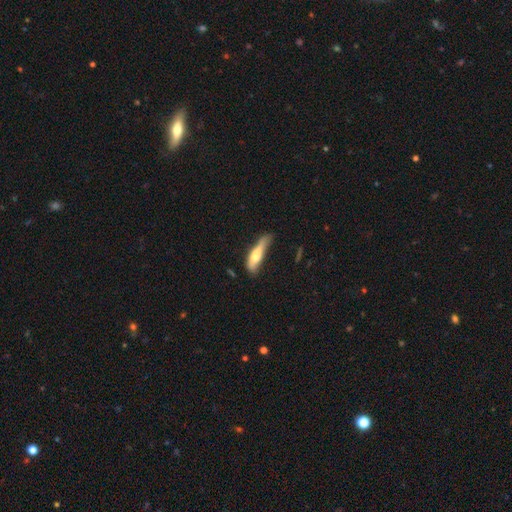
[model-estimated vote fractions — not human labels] Morphology: type=smooth (64%); roundness=cigar-shaped (65%); merging=minor disturbance (36%).